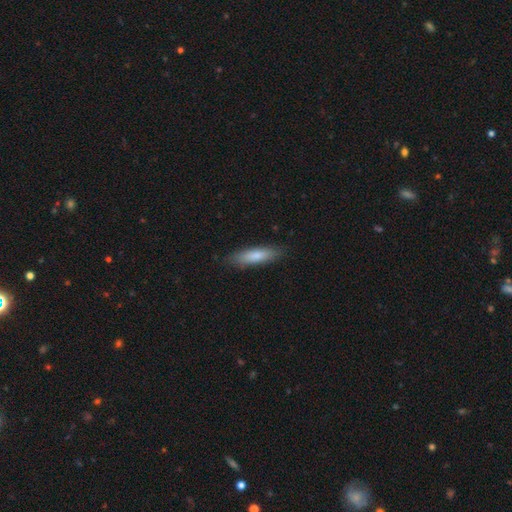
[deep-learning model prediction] smooth_or_featured: smooth (p=0.78) [alt: featured or disk p=0.17]
how_rounded: cigar-shaped (p=0.66) [alt: in between p=0.32]
merging: none (p=0.84) [alt: minor disturbance p=0.13]